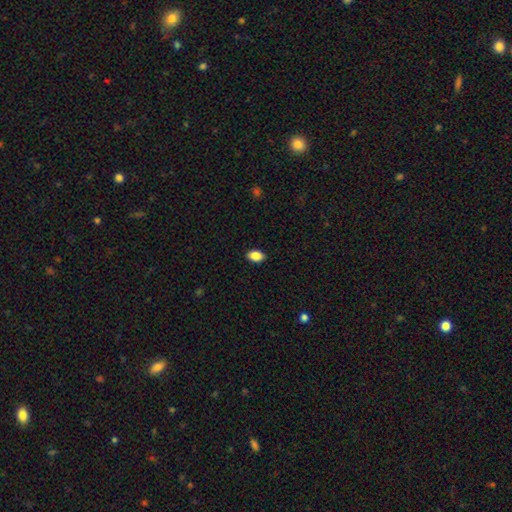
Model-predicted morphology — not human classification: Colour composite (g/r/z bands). It shows a smooth galaxy with no disk features (89%) that is in between round and cigar-shaped (88%). Merging: none (89%).